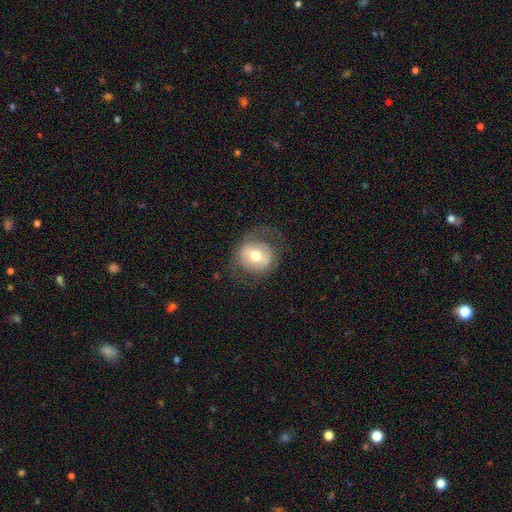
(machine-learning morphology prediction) A smooth galaxy with no disk features (49%). Merging: none (72%).